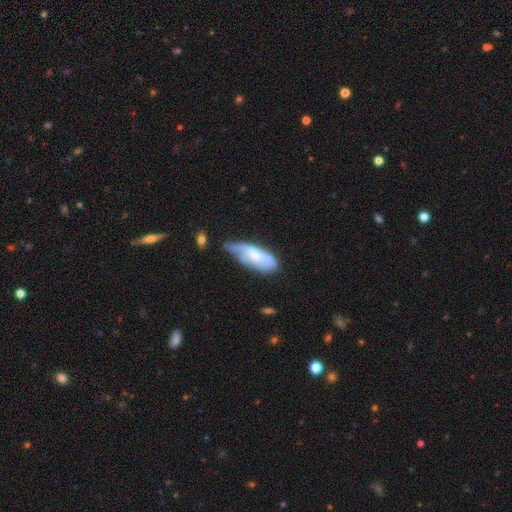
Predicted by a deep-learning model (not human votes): Morphology: type=smooth (53%); roundness=in between (76%); merging=minor disturbance (43%).